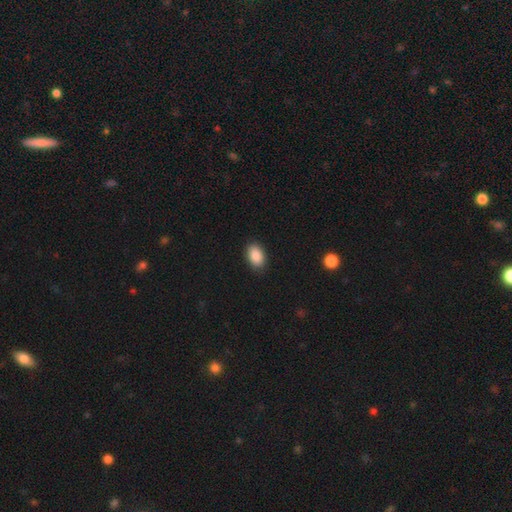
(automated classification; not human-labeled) Smooth or featured? Predicted: smooth (p=0.89). How rounded? Predicted: in between (p=0.90). Merging? Predicted: none (p=0.89).